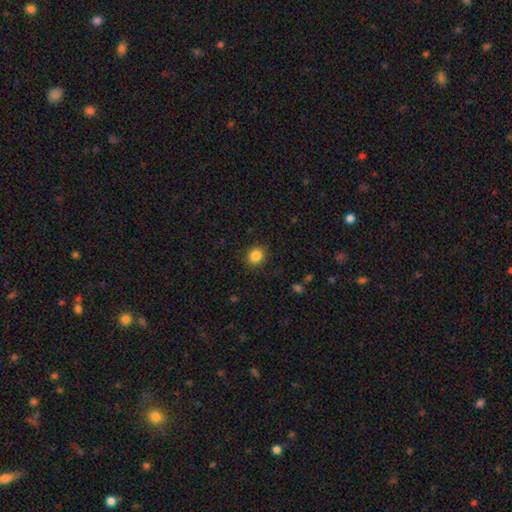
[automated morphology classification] This is clearly a smooth galaxy (85%). How rounded: likely round (68%). Merging: clearly none (89%).